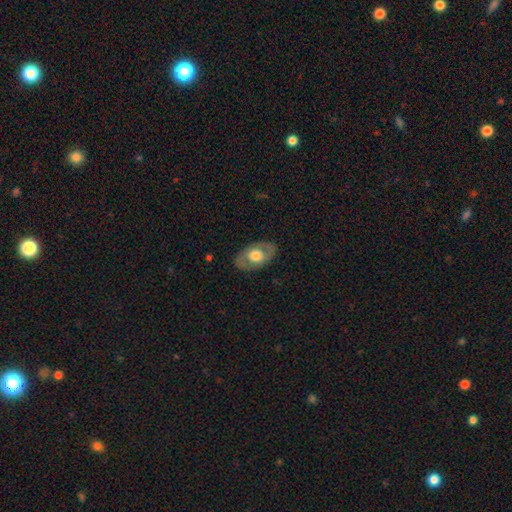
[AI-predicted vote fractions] Smooth or featured? Predicted: smooth (p=0.51). How rounded? Predicted: in between (p=0.87). Merging? Predicted: none (p=0.84).